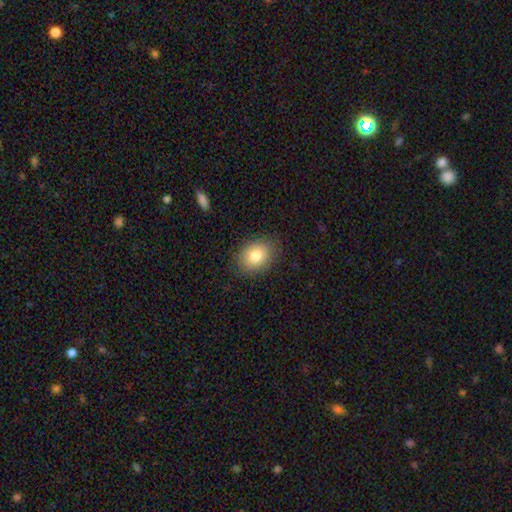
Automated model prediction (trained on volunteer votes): Smooth or featured: smooth — 81% (featured or disk — 10%)
How rounded: in between — 66% (round — 33%)
Merging: none — 86% (minor disturbance — 10%)